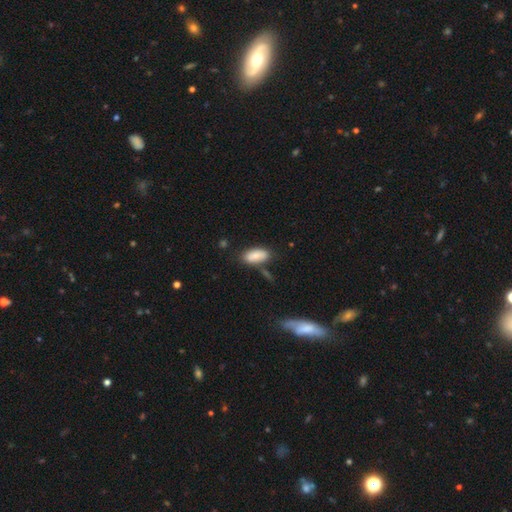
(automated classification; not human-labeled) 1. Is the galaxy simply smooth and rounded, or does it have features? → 80% smooth, 13% featured or disk, 7% star or artifact.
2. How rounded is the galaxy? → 91% in between, 7% cigar-shaped, 3% round.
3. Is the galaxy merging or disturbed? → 68% none, 18% minor disturbance, 9% merger, 5% major disturbance.